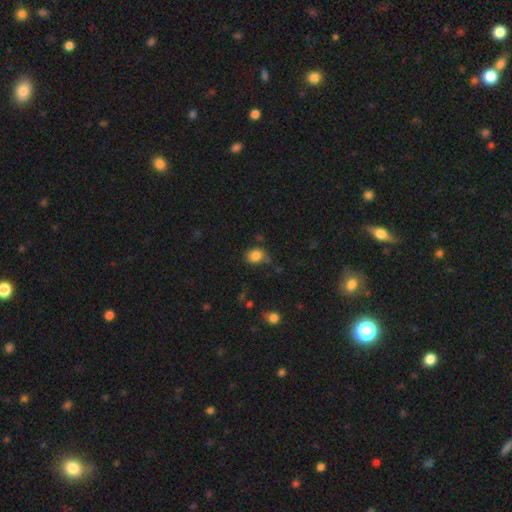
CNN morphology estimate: Q: Smooth or featured?
A: smooth (83%); runner-up: star or artifact (11%)
Q: How rounded?
A: in between (52%); runner-up: round (47%)
Q: Merging?
A: none (64%); runner-up: minor disturbance (24%)